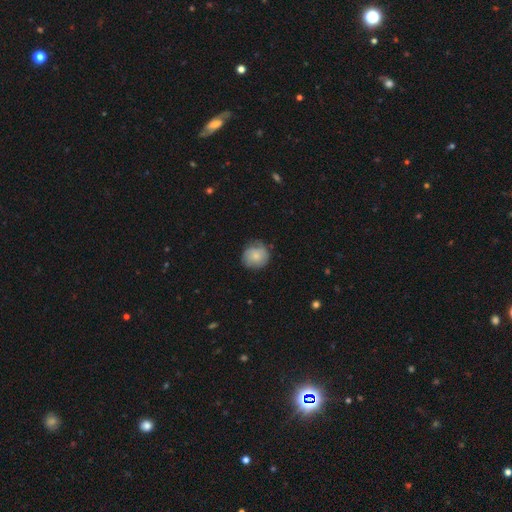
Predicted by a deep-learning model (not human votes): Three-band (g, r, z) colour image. It shows a smooth galaxy with no disk features (72%) that is round (88%). Merging: none (69%).